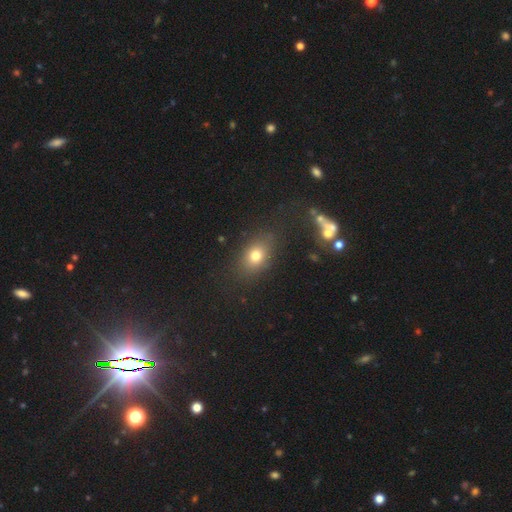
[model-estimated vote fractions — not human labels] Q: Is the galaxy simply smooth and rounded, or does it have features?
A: smooth — 75%.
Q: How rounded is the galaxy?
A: in between — 67%.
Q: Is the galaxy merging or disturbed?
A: none — 79%.